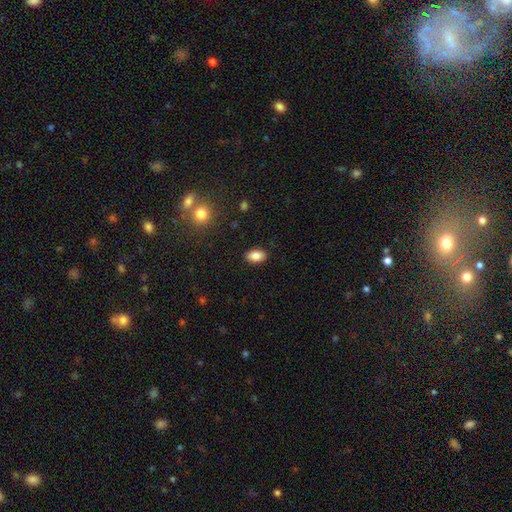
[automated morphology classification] Smooth or featured? smooth (85%)
How rounded? in between (91%)
Merging? none (88%)